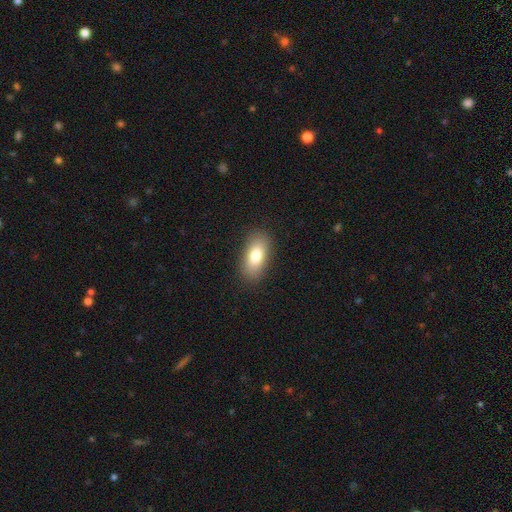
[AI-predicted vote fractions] smooth-or-featured: smooth: 80% | featured or disk: 12% | star or artifact: 7%
  how-rounded: in between: 87% | cigar-shaped: 9% | round: 4%
  merging: none: 86% | minor disturbance: 10% | major disturbance: 3% | merger: 1%